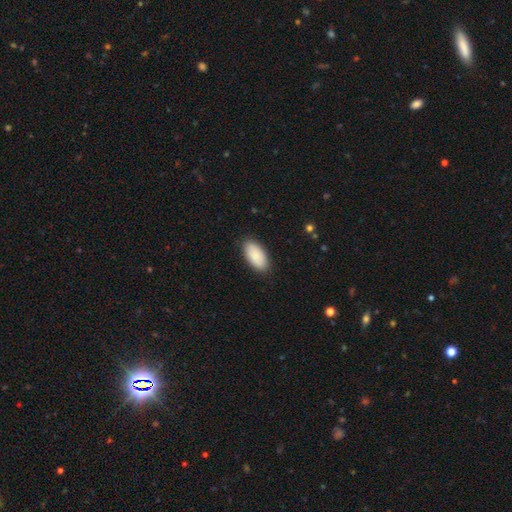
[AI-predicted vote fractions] Overall: smooth (89%). How rounded: in between (94%). Merging: none (88%).